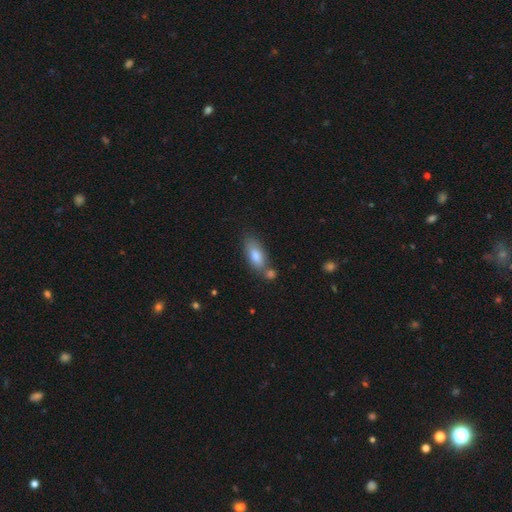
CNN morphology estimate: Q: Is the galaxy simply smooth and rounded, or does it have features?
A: smooth — 79%.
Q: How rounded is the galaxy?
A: in between — 80%.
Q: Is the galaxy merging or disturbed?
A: none — 60%.